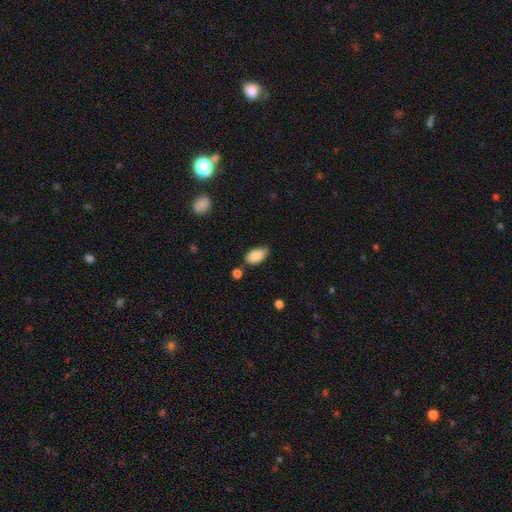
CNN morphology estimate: Smooth or featured: smooth — 87% (star or artifact — 7%)
How rounded: in between — 94% (round — 4%)
Merging: none — 63% (minor disturbance — 26%)